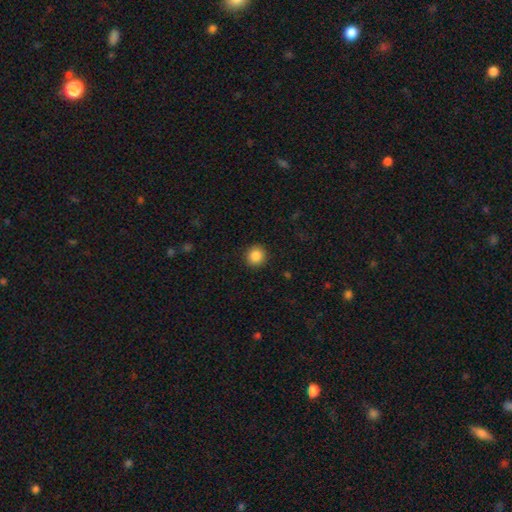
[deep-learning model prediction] A smooth galaxy with no disk features (87%) that is round (89%). Merging: none (91%).